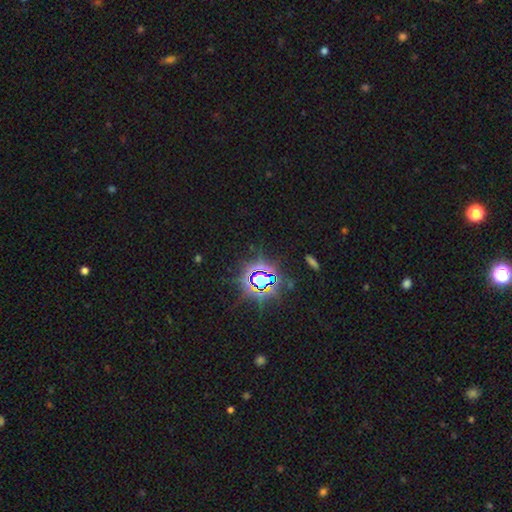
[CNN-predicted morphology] The model was most divided on "smooth or featured": star or artifact: 81%, smooth: 12%, featured or disk: 7%.